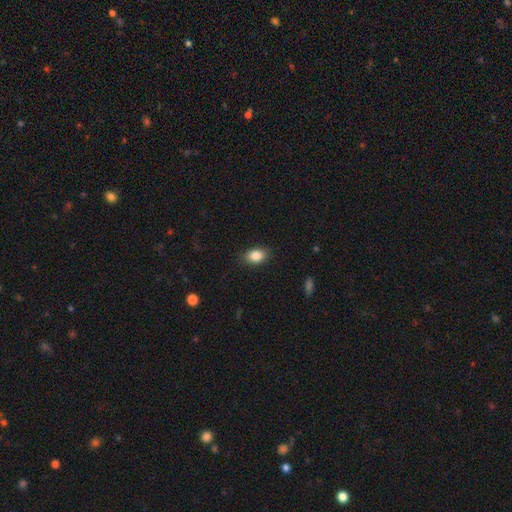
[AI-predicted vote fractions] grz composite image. It shows a smooth galaxy with no disk features (86%) that is in between round and cigar-shaped (81%). Merging: none (87%).